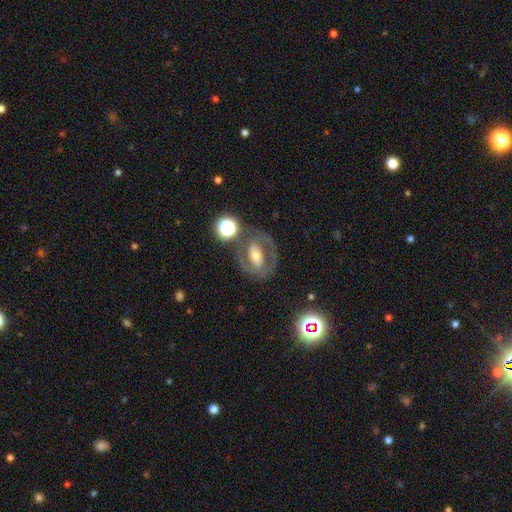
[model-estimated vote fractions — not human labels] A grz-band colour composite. It shows a featured or disk galaxy (67%) with no bar (42%), spiral arms (51%) and a moderate central bulge (60%). Merging: none (67%).